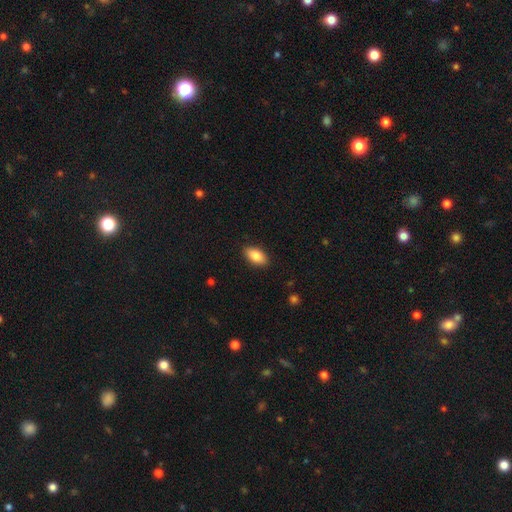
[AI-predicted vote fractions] smooth 86%, featured or disk 7%, star or artifact 7%. Down the decision tree: how rounded — in between (92%); merging — none (89%).